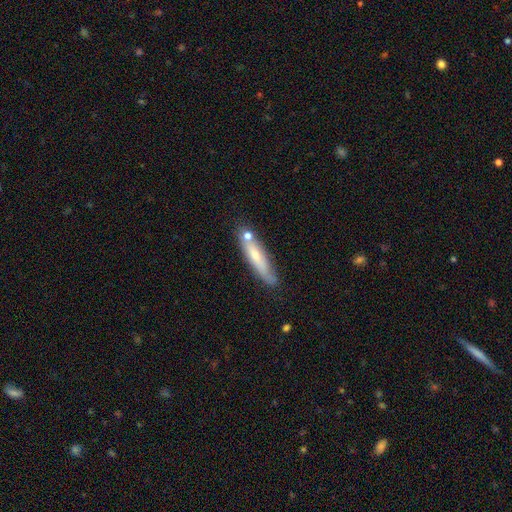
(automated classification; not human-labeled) Overall: smooth (56%; featured or disk 37%). How rounded: cigar-shaped (81%). Merging: none (64%).